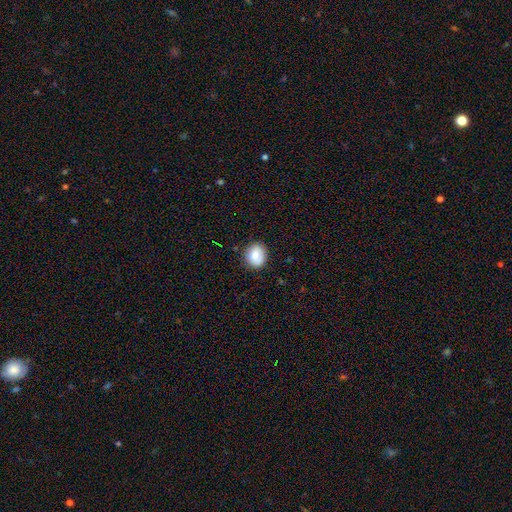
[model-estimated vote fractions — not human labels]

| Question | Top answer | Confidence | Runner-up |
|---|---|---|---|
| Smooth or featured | smooth | 80% | featured or disk (11%) |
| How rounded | round | 72% | in between (27%) |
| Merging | none | 86% | minor disturbance (11%) |